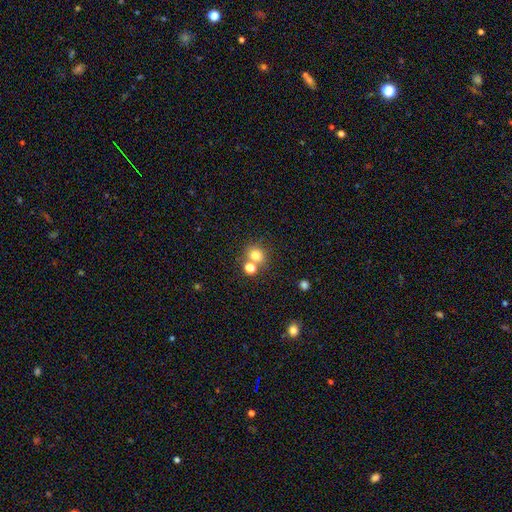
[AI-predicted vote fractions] smooth_or_featured: smooth (p=0.77) [alt: star or artifact p=0.15]
how_rounded: round (p=0.79) [alt: in between p=0.20]
merging: none (p=0.61) [alt: merger p=0.27]